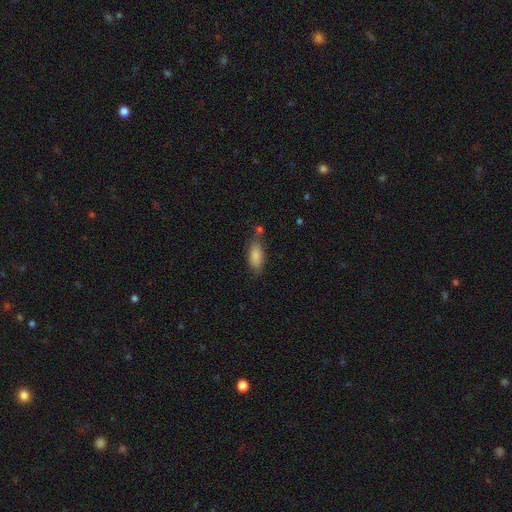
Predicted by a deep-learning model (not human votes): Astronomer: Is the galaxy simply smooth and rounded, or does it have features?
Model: smooth — 85%.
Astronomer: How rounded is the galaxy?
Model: in between — 86%.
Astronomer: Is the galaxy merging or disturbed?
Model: none — 64%.